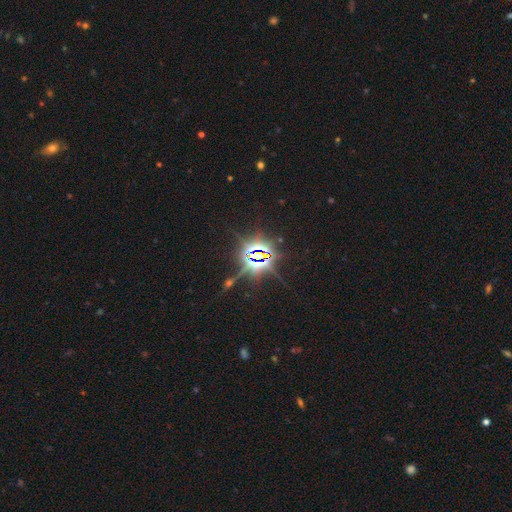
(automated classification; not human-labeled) smooth_or_featured: star or artifact (p=0.85) [alt: featured or disk p=0.08]